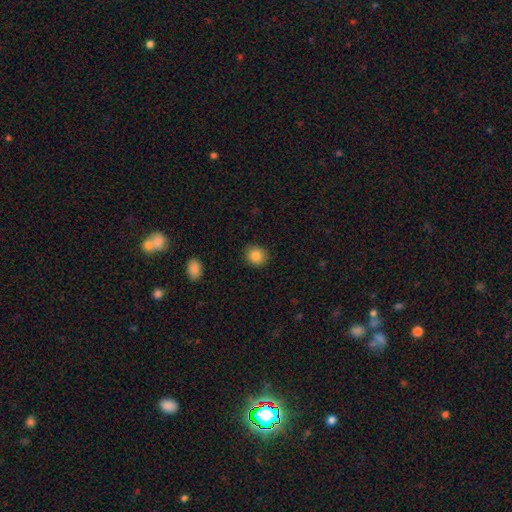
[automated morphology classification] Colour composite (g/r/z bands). It shows a smooth galaxy with no disk features (85%) that is round (82%). Merging: none (90%).